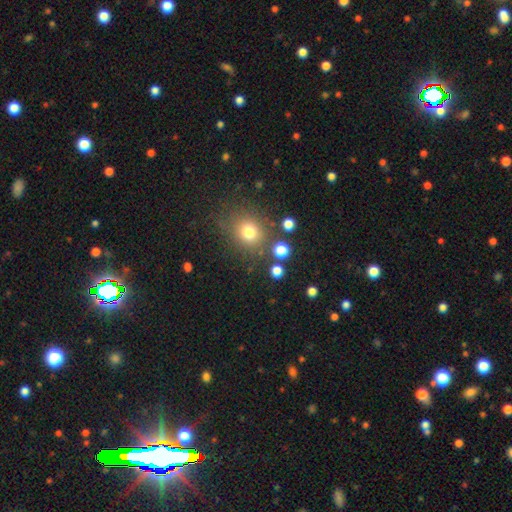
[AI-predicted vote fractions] Smooth or featured: smooth — 57% (star or artifact — 35%)
How rounded: round — 82% (in between — 17%)
Merging: none — 82% (minor disturbance — 8%)